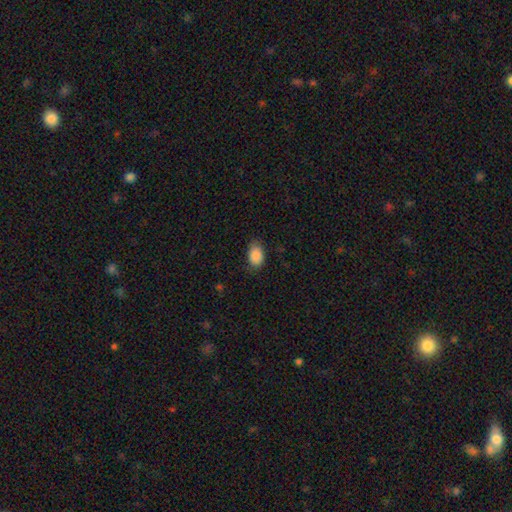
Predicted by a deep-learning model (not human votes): smooth_or_featured: smooth (p=0.89) [alt: star or artifact p=0.07]
how_rounded: in between (p=0.88) [alt: round p=0.11]
merging: none (p=0.79) [alt: minor disturbance p=0.17]